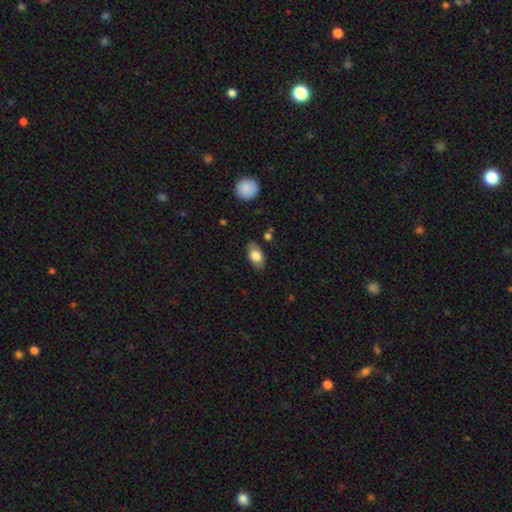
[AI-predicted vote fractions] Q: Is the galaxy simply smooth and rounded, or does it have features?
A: smooth — 75%.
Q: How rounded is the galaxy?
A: in between — 90%.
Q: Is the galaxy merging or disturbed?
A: none — 82%.